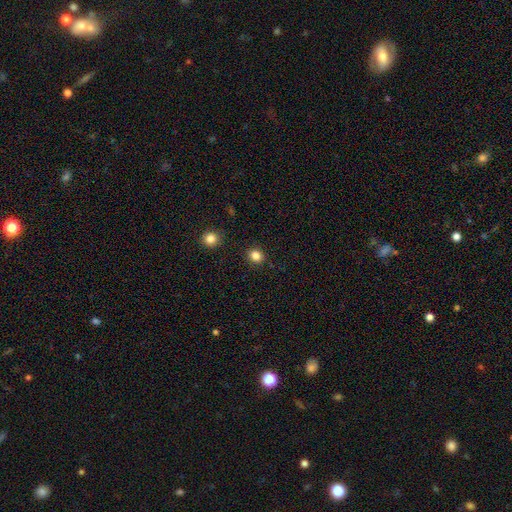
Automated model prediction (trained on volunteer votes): A smooth galaxy with no disk features (83%) that is round (80%). Merging: none (91%).